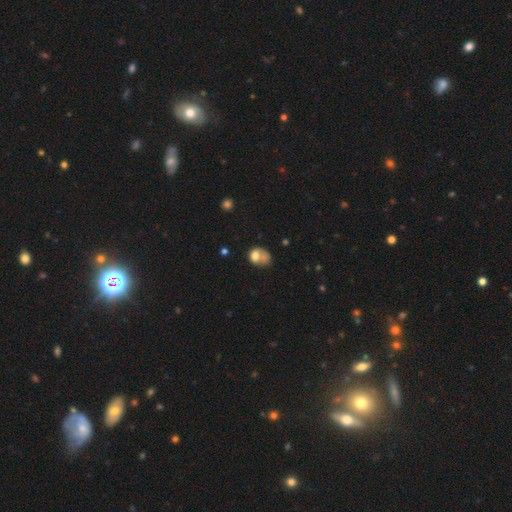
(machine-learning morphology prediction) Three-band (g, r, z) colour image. It shows a smooth galaxy with no disk features (67%) that is in between round and cigar-shaped (57%). Merging: none (27%).